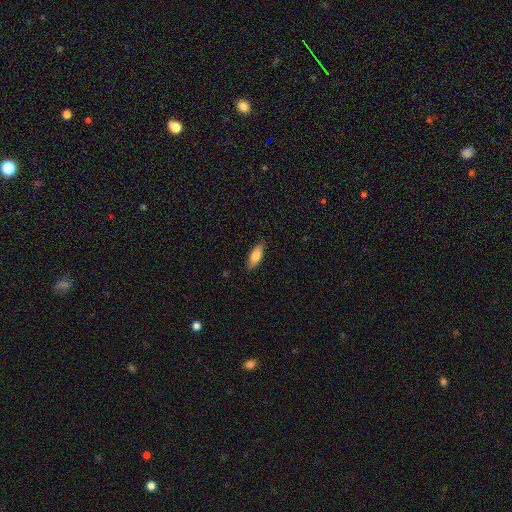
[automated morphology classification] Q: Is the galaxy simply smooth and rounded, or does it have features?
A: smooth — 78%.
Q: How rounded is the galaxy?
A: in between — 72%.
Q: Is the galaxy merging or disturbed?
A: none — 84%.